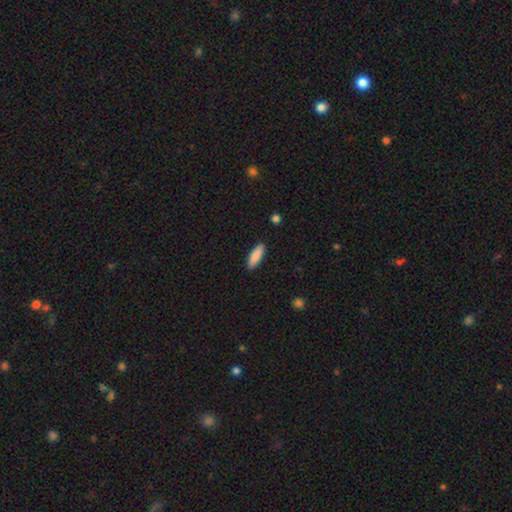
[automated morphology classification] A smooth galaxy with no disk features (87%) that is in between round and cigar-shaped (51%).

Vote fractions:
- Smooth or featured? smooth: 87% / featured or disk: 8% / star or artifact: 6%
- How rounded? in between: 51% / cigar-shaped: 48% / round: 2%
- Merging? none: 89% / minor disturbance: 8% / major disturbance: 2% / merger: 1%